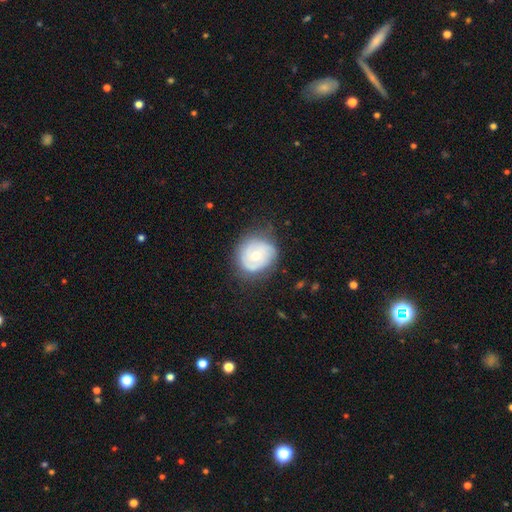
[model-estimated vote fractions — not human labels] A featured or disk galaxy (55%) with no bar (82%), spiral arms (59%) and a moderate central bulge (68%).

Vote fractions:
- Smooth or featured? featured or disk: 55% / smooth: 38% / star or artifact: 7%
- Edge-on disk? no: 97% / yes: 3%
- Bar? no: 82% / weak: 14% / strong: 3%
- Spiral arms? yes: 59% / no: 41%
- Bulge size? moderate: 68% / small: 27% / large: 3% / none: 1% / dominant: 1%
- Merging? none: 65% / minor disturbance: 24% / major disturbance: 9% / merger: 1%